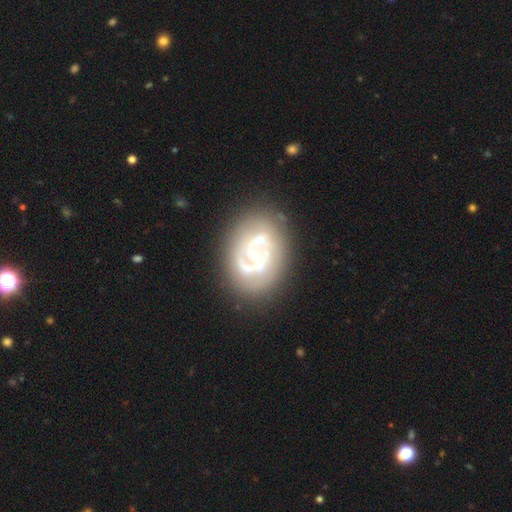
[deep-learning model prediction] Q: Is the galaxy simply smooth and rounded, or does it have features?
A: featured or disk — 78%.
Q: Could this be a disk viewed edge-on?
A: no — 97%.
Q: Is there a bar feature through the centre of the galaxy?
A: no — 63%.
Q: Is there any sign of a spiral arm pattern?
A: yes — 70%.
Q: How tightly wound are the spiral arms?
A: tight — 48%.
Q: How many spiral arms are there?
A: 2 — 50%.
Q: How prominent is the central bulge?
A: moderate — 50%.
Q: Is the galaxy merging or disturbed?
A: none — 69%.